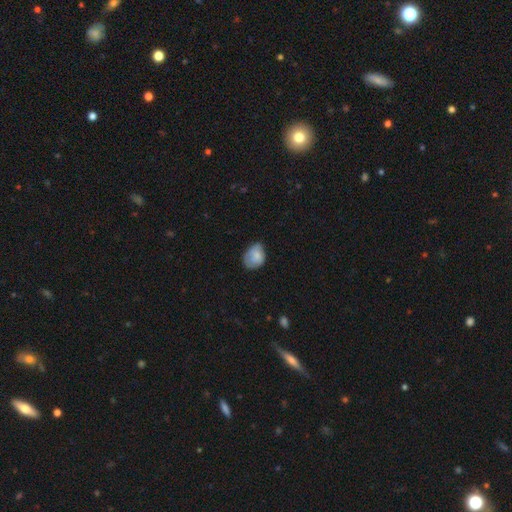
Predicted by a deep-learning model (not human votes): Q: Smooth or featured?
A: smooth (75%); runner-up: featured or disk (17%)
Q: How rounded?
A: in between (62%); runner-up: round (37%)
Q: Merging?
A: none (49%); runner-up: minor disturbance (39%)